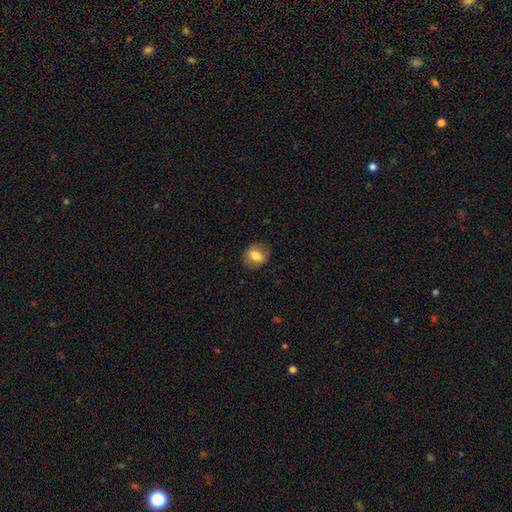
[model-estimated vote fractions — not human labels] smooth 68%, featured or disk 24%, star or artifact 8%. Down the decision tree: how rounded — round (55%); merging — none (84%).